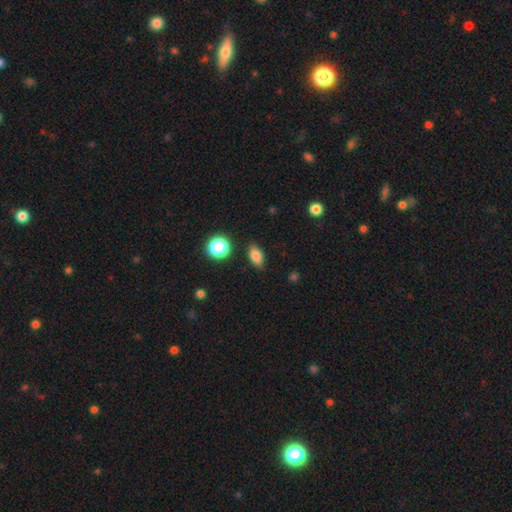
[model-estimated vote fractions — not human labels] Smooth or featured? smooth (81%)
How rounded? in between (83%)
Merging? none (85%)